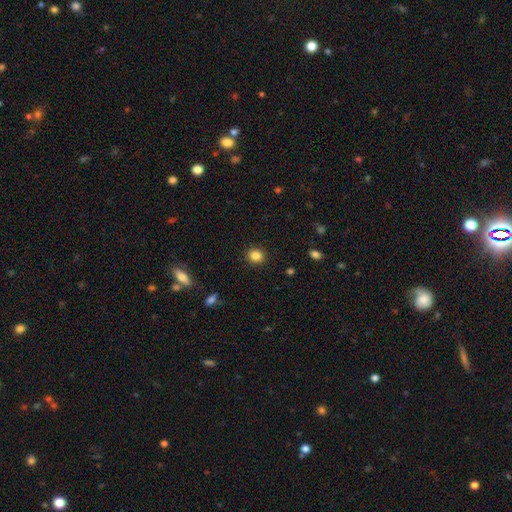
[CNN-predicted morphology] Smooth or featured? Predicted: smooth (p=0.84). How rounded? Predicted: round (p=0.79). Merging? Predicted: none (p=0.91).